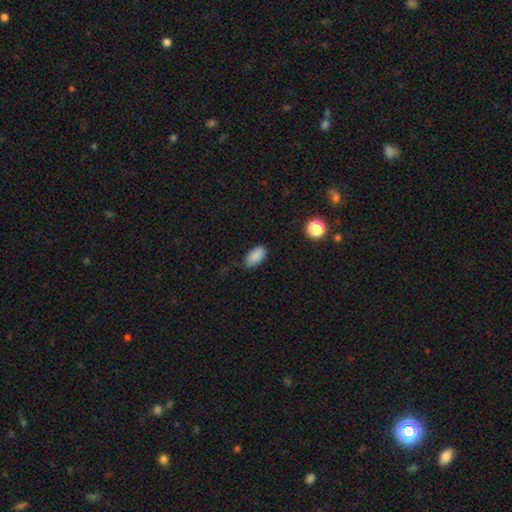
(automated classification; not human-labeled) smooth-or-featured: smooth: 87% | star or artifact: 9% | featured or disk: 4%
  how-rounded: in between: 92% | cigar-shaped: 4% | round: 4%
  merging: none: 77% | minor disturbance: 18% | major disturbance: 3% | merger: 1%